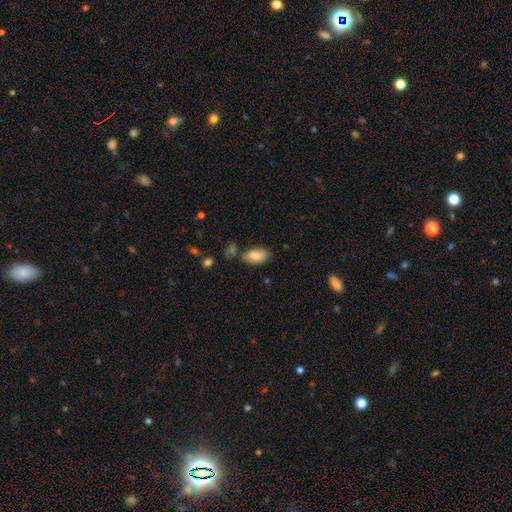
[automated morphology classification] Smooth or featured?
  - smooth: 85% *
  - featured or disk: 8%
  - star or artifact: 7%
How rounded?
  - in between: 94% *
  - cigar-shaped: 3%
  - round: 3%
Merging?
  - none: 68% *
  - minor disturbance: 19%
  - merger: 8%
  - major disturbance: 5%